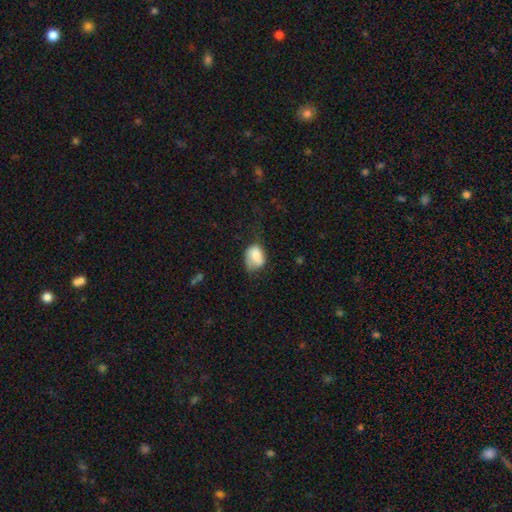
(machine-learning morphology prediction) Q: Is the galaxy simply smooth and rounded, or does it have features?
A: smooth — 80%.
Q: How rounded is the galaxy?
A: in between — 71%.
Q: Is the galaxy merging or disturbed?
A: none — 39%.